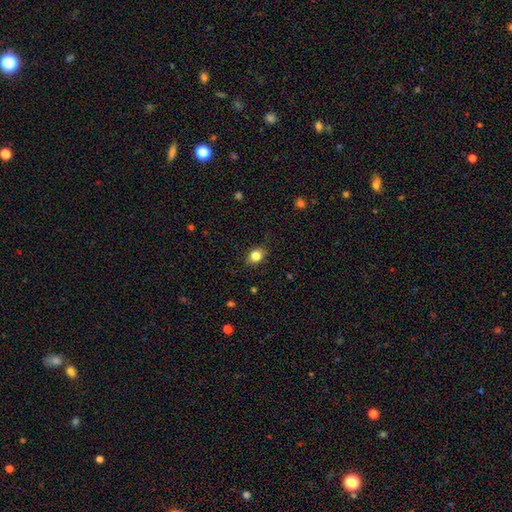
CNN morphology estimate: Smooth or featured?
  - smooth: 83% *
  - star or artifact: 10%
  - featured or disk: 7%
How rounded?
  - round: 53% *
  - in between: 45%
  - cigar-shaped: 1%
Merging?
  - none: 84% *
  - minor disturbance: 12%
  - major disturbance: 3%
  - merger: 1%